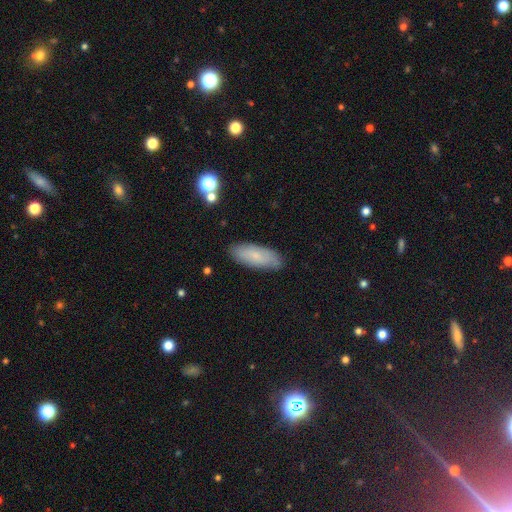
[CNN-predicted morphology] Smooth or featured: smooth — 71% (featured or disk — 22%)
How rounded: in between — 73% (cigar-shaped — 25%)
Merging: none — 83% (minor disturbance — 13%)